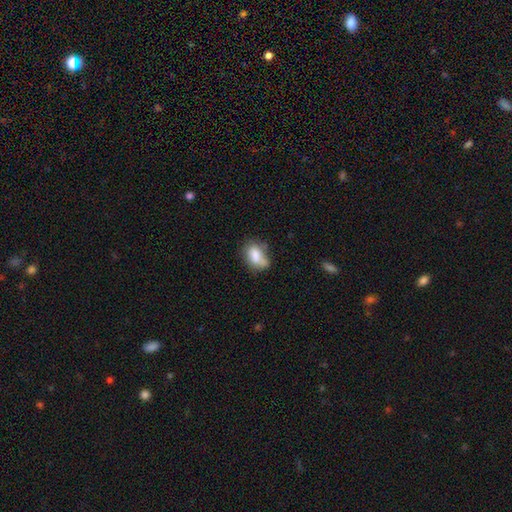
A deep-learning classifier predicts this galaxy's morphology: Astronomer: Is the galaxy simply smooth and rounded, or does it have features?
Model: smooth — 80%.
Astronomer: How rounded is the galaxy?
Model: in between — 86%.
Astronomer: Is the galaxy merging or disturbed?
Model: none — 47% (runner-up: minor disturbance, 31%).